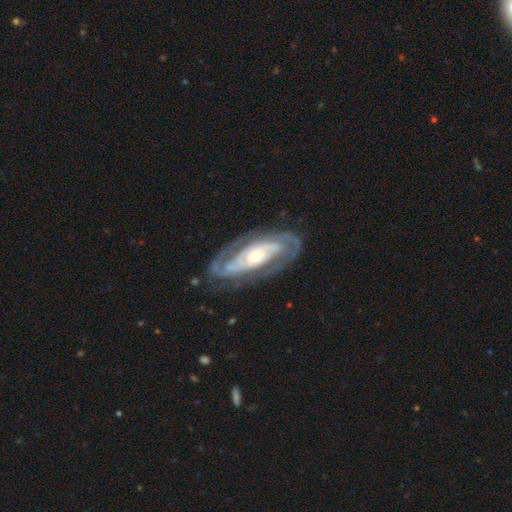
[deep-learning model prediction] The model was most divided on "bulge size": moderate: 48%, small: 38%, large: 11%, dominant: 2%, none: 2%. More confident: spiral arms — yes (95%); edge-on disk — no (93%); smooth or featured — featured or disk (88%); merging — none (77%); spiral arm count — 2 (76%); bar — no (59%); spiral winding — tight (56%).